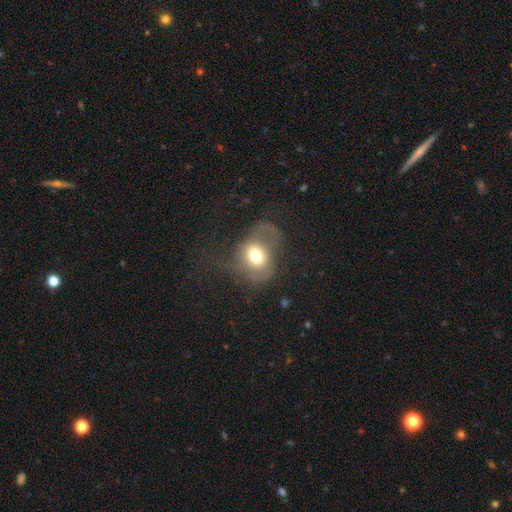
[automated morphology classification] Smooth or featured? smooth (60%)
How rounded? round (55%)
Merging? major disturbance (47%)